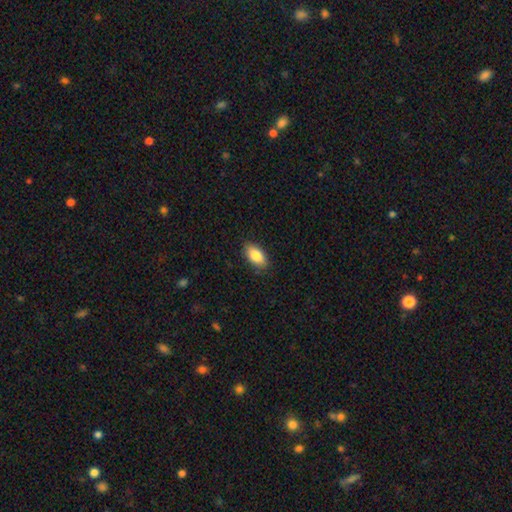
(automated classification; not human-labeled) A smooth galaxy with no disk features (84%) that is in between round and cigar-shaped (91%). Merging: none (86%).